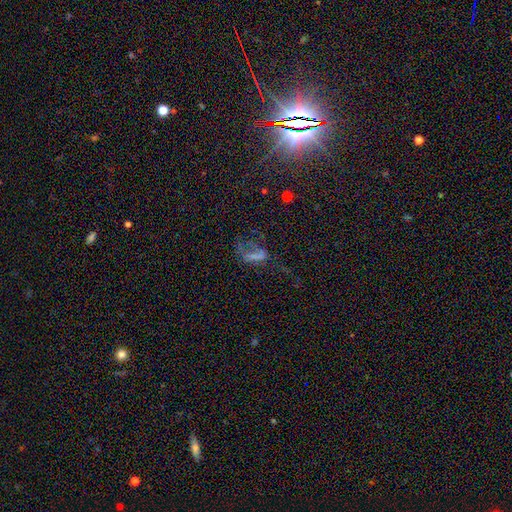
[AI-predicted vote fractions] Smooth or featured?
  - smooth: 43% *
  - featured or disk: 29%
  - star or artifact: 28%
Merging?
  - major disturbance: 49% *
  - none: 29%
  - minor disturbance: 16%
  - merger: 6%